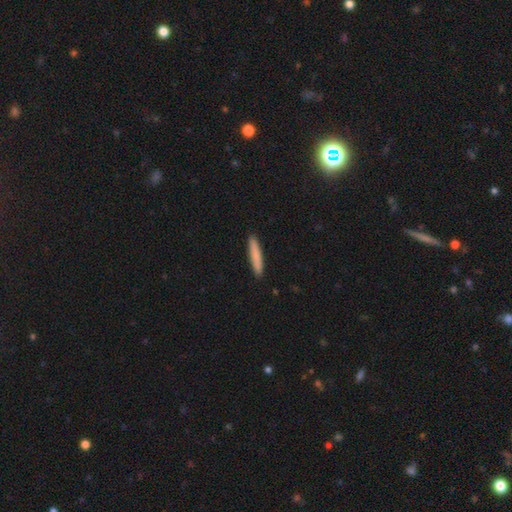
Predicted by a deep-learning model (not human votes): The model was most divided on "smooth or featured": smooth: 83%, featured or disk: 11%, star or artifact: 6%. More confident: how rounded — cigar-shaped (93%); merging — none (92%).